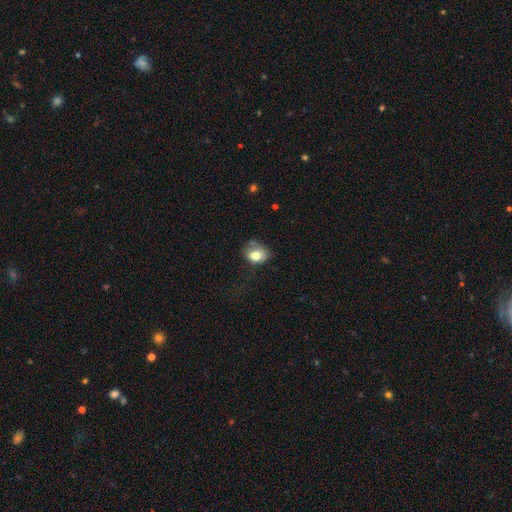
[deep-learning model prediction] smooth 76%, featured or disk 15%, star or artifact 10%. Down the decision tree: how rounded — in between (56%); merging — none (42%).